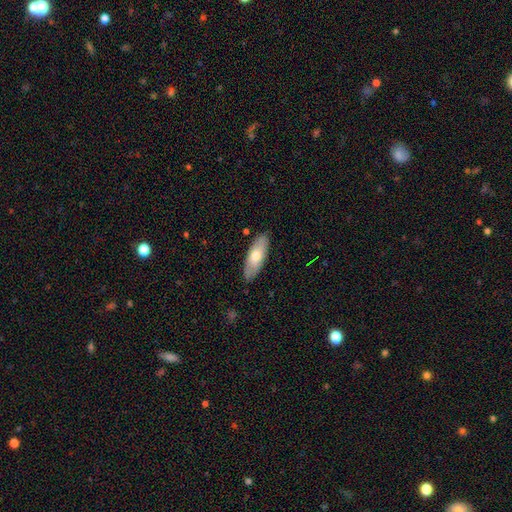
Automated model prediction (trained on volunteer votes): This is likely a smooth galaxy (63%). How rounded: likely in between (73%). Merging: clearly none (85%).